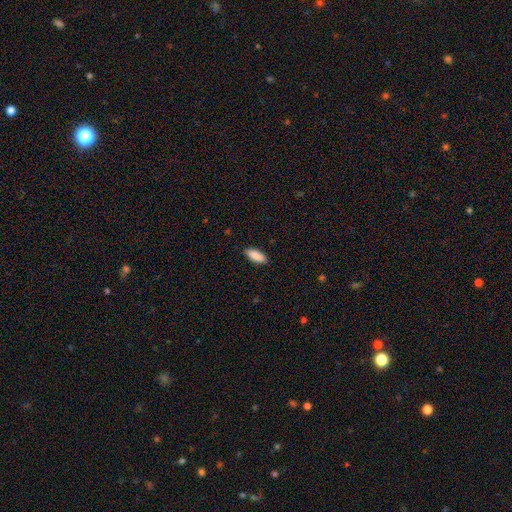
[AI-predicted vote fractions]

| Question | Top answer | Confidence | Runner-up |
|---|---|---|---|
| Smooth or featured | smooth | 90% | star or artifact (6%) |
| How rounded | in between | 78% | cigar-shaped (21%) |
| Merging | none | 88% | minor disturbance (9%) |